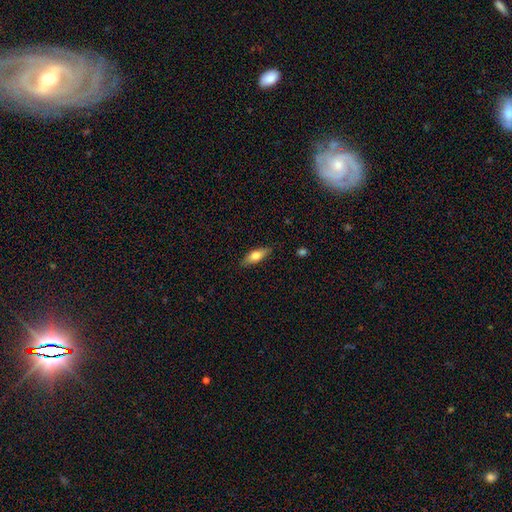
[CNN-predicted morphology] Smooth or featured? Predicted: smooth (p=0.67). How rounded? Predicted: in between (p=0.66). Merging? Predicted: none (p=0.84).